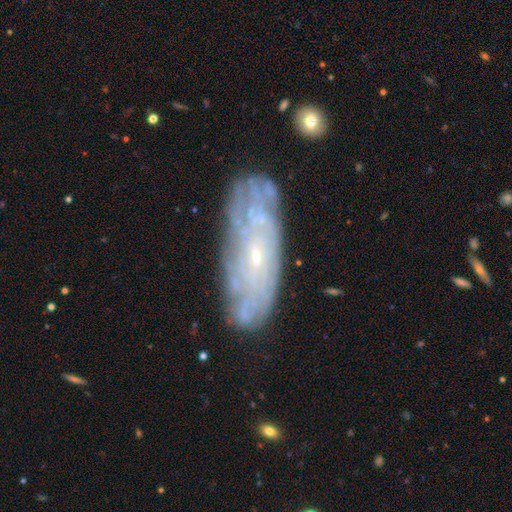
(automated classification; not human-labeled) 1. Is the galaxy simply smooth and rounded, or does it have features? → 78% featured or disk, 15% smooth, 8% star or artifact.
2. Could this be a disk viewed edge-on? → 86% no, 14% yes.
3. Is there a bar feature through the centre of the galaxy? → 71% no, 23% weak, 6% strong.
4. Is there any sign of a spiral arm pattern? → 88% yes, 12% no.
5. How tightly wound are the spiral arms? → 77% tight, 18% medium, 5% loose.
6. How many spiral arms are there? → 55% can't tell, 13% more than 4, 12% 4, 8% 3, 8% 2, 5% 1.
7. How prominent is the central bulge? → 84% small, 12% moderate, 2% none, 1% large, 1% dominant.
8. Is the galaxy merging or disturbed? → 80% none, 14% minor disturbance, 4% major disturbance, 2% merger.